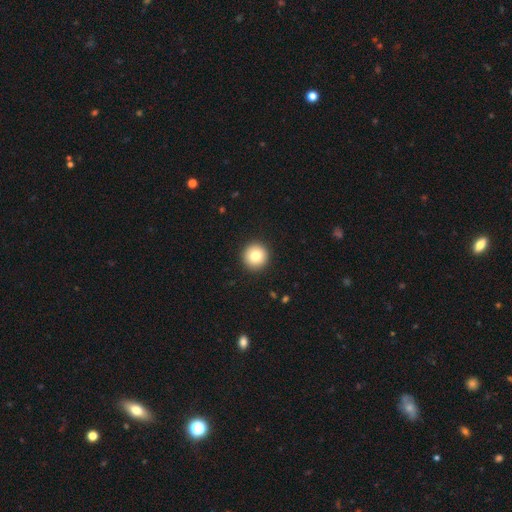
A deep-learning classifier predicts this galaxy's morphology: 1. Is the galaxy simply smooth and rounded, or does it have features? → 80% smooth, 11% featured or disk, 9% star or artifact.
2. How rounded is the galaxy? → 96% round, 3% in between, 1% cigar-shaped.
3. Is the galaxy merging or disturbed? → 93% none, 5% minor disturbance, 2% major disturbance, 1% merger.